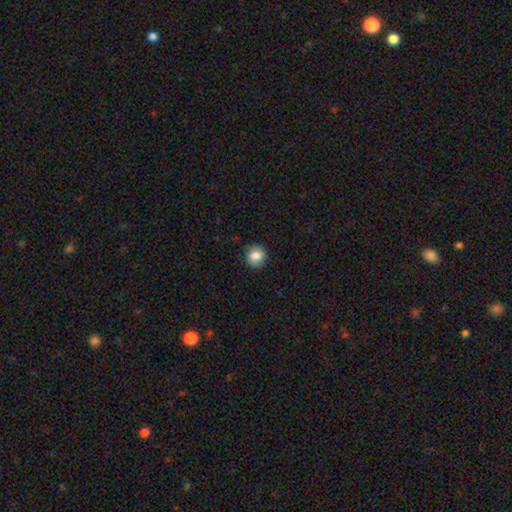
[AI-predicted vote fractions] Q: Smooth or featured?
A: smooth (83%); runner-up: star or artifact (9%)
Q: How rounded?
A: round (85%); runner-up: in between (14%)
Q: Merging?
A: none (85%); runner-up: minor disturbance (11%)